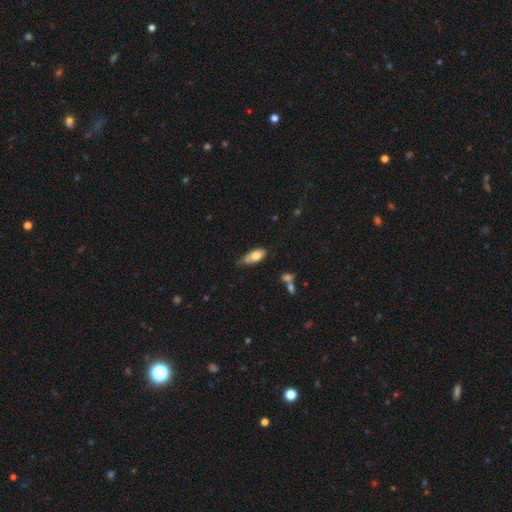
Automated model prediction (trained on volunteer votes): A smooth galaxy with no disk features (70%) that is in between round and cigar-shaped (80%).

Vote fractions:
- Smooth or featured? smooth: 70% / featured or disk: 23% / star or artifact: 7%
- How rounded? in between: 80% / cigar-shaped: 17% / round: 3%
- Merging? none: 52% / minor disturbance: 35% / major disturbance: 8% / merger: 5%